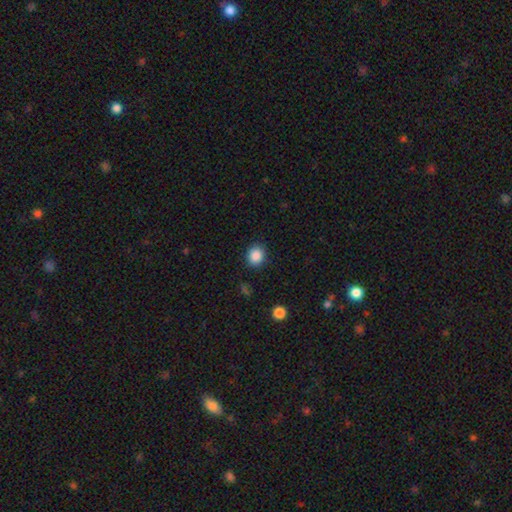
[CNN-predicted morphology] This appears to be a smooth galaxy with no disk features (87%) that is round (72%). Merging: none (89%).